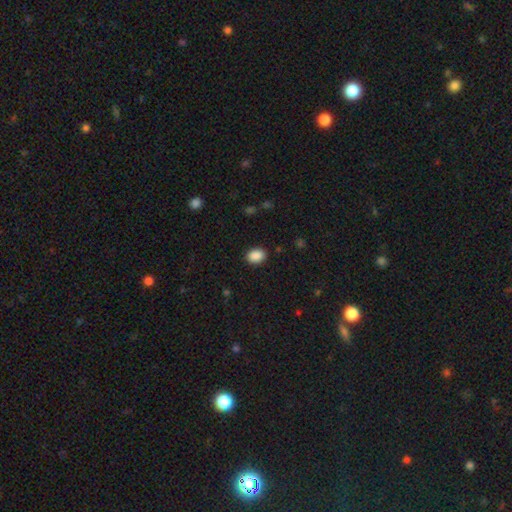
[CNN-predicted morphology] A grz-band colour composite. It shows a smooth galaxy with no disk features (89%) that is in between round and cigar-shaped (69%). Merging: none (89%).